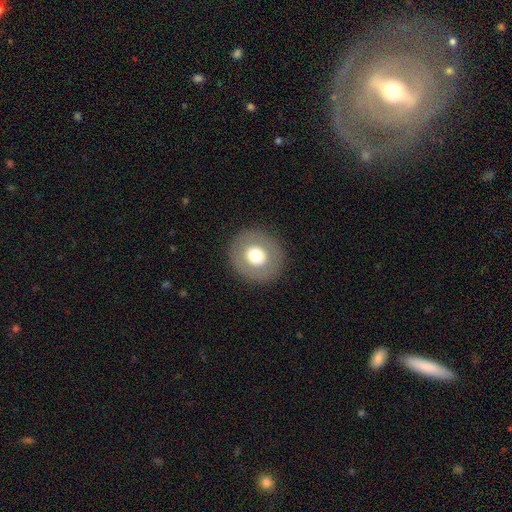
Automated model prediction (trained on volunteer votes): Overall: smooth (63%; featured or disk 28%). How rounded: round (87%). Merging: none (89%).